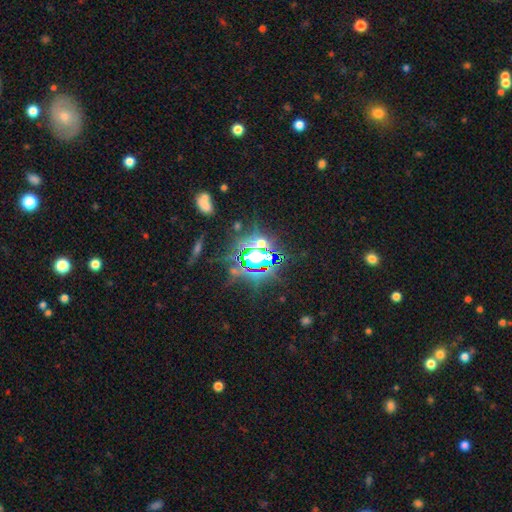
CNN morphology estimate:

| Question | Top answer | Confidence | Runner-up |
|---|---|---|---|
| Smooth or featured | star or artifact | 82% | smooth (10%) |